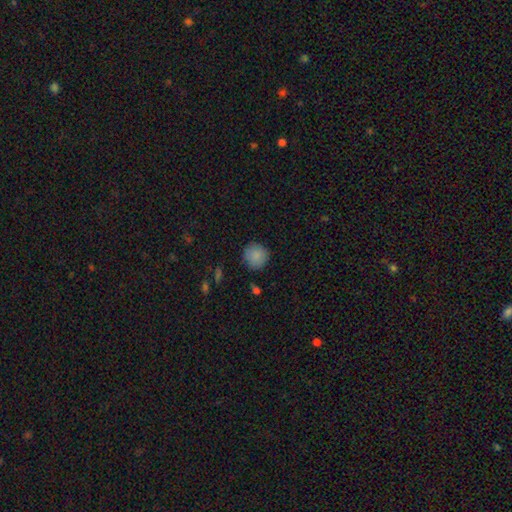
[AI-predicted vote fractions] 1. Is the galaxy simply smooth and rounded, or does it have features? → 87% smooth, 8% star or artifact, 5% featured or disk.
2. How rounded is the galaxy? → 93% round, 6% in between, 1% cigar-shaped.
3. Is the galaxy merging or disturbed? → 85% none, 11% minor disturbance, 3% major disturbance, 2% merger.